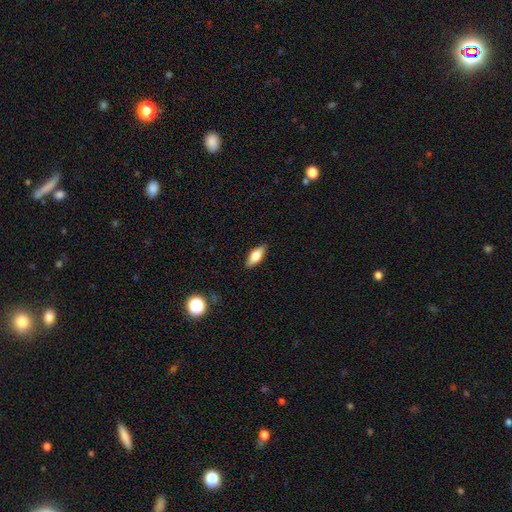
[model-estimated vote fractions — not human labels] Q: Smooth or featured?
A: smooth (65%); runner-up: featured or disk (28%)
Q: How rounded?
A: in between (71%); runner-up: cigar-shaped (26%)
Q: Merging?
A: none (87%); runner-up: minor disturbance (10%)